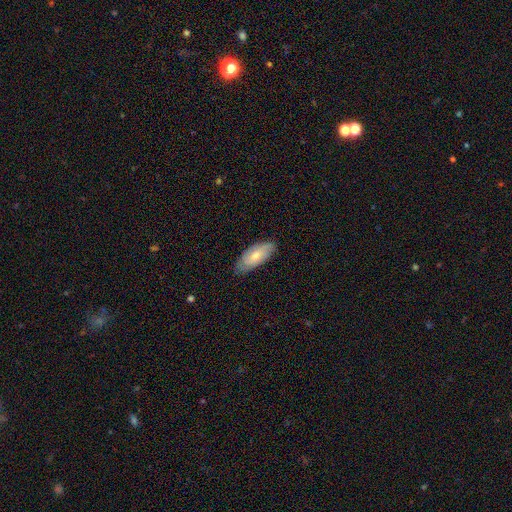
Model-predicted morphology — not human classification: Q: Smooth or featured?
A: smooth (61%); runner-up: featured or disk (34%)
Q: How rounded?
A: in between (85%); runner-up: cigar-shaped (13%)
Q: Merging?
A: none (77%); runner-up: minor disturbance (19%)